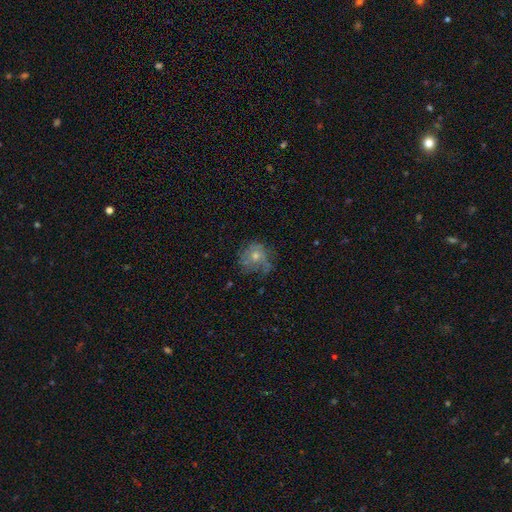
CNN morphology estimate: Smooth or featured? Predicted: featured or disk (p=0.45). Merging? Predicted: none (p=0.61).